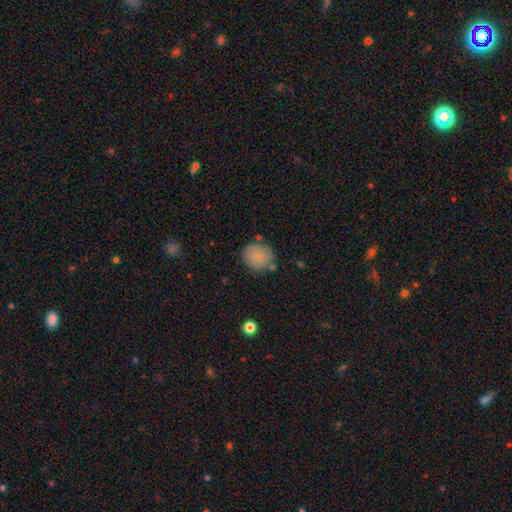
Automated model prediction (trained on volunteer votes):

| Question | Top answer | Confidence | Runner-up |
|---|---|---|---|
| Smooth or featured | smooth | 83% | featured or disk (10%) |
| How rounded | round | 84% | in between (15%) |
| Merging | none | 74% | minor disturbance (16%) |